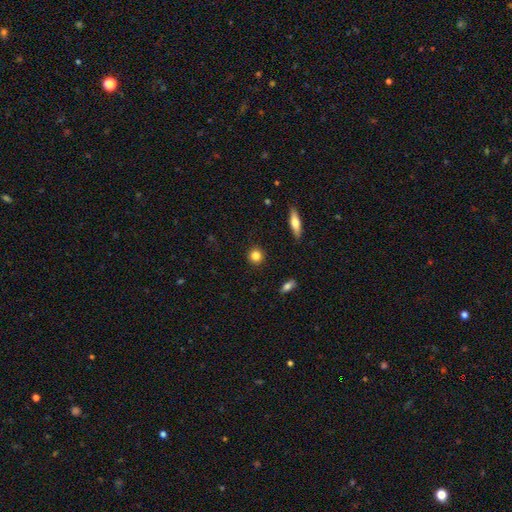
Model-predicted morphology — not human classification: This is clearly a smooth galaxy (84%). How rounded: clearly round (90%). Merging: clearly none (91%).